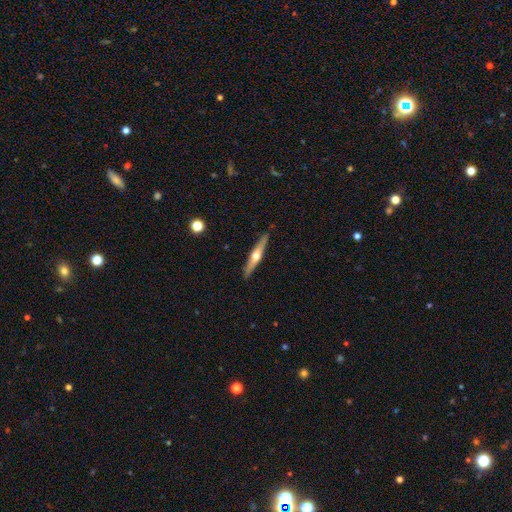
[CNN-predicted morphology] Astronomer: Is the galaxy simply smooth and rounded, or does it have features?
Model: featured or disk — 64%.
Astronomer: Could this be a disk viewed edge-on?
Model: yes — 95%.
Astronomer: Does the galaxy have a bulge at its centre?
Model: rounded — 92%.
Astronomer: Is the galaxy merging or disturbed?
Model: none — 89%.